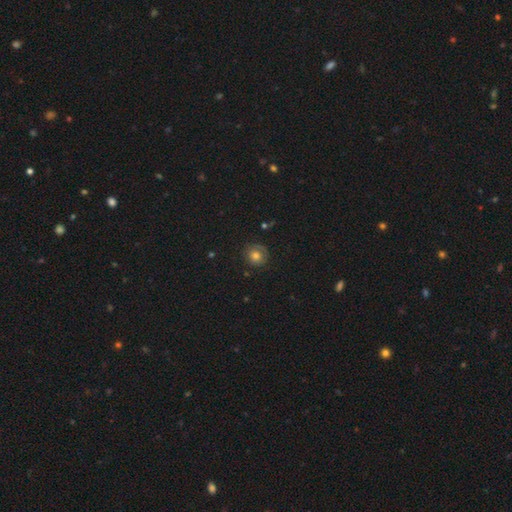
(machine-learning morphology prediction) Q: Smooth or featured?
A: smooth (70%); runner-up: featured or disk (19%)
Q: How rounded?
A: round (85%); runner-up: in between (14%)
Q: Merging?
A: none (76%); runner-up: minor disturbance (17%)